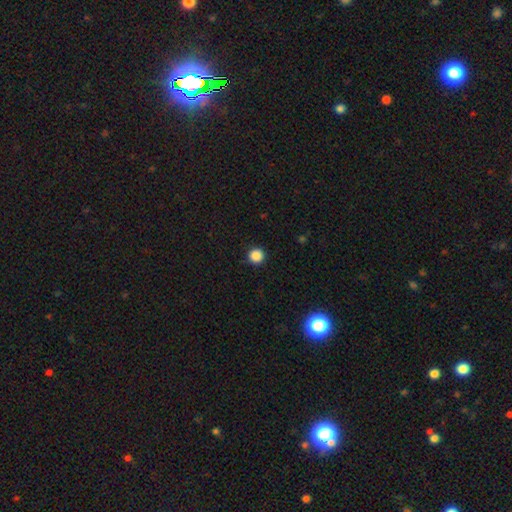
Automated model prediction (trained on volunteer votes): Smooth or featured? smooth (87%)
How rounded? round (96%)
Merging? none (93%)